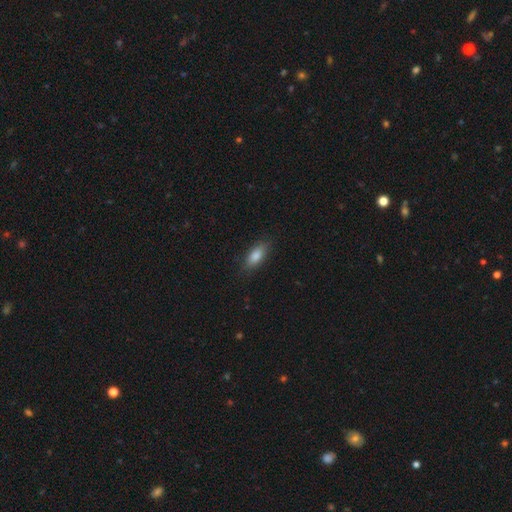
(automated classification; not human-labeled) Smooth or featured? smooth (83%)
How rounded? in between (82%)
Merging? none (83%)